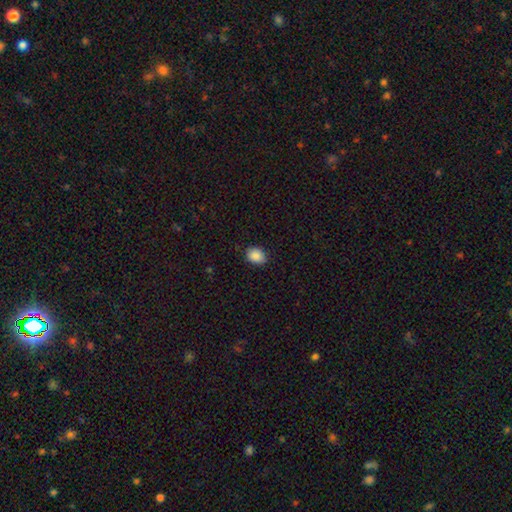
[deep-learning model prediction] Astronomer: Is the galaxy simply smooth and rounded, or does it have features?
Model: smooth — 89%.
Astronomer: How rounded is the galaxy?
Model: in between — 65%.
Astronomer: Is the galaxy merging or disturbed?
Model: none — 87%.